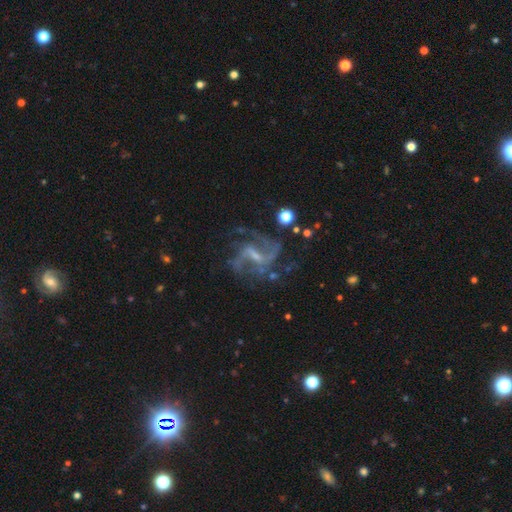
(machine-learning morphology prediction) Smooth or featured: featured or disk — 87% (star or artifact — 8%)
Edge-on disk: no — 97% (yes — 3%)
Bar: weak — 49% (strong — 34%)
Spiral arms: yes — 95% (no — 5%)
Spiral winding: medium — 45% (loose — 44%)
Spiral arm count: 2 — 62% (3 — 15%)
Bulge size: small — 54% (none — 23%)
Merging: none — 60% (major disturbance — 19%)